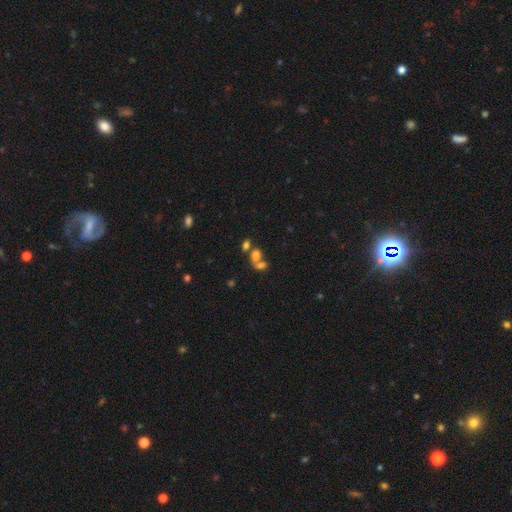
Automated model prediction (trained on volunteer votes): This appears to be a smooth galaxy with no disk features (68%) that is in between round and cigar-shaped (72%). Merging: merger (59%).